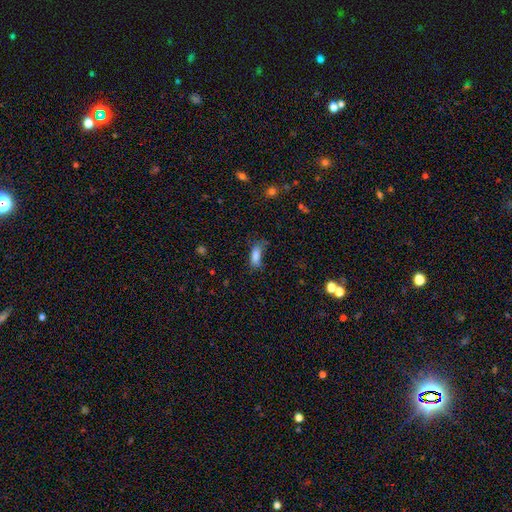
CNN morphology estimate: This is clearly a smooth galaxy (80%). How rounded: likely in between (79%). Merging: marginally none (45%).